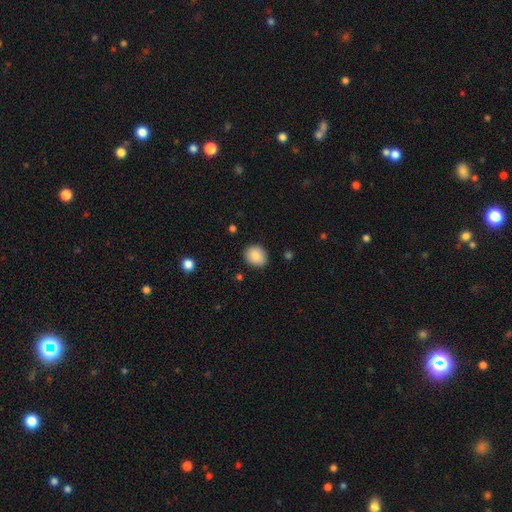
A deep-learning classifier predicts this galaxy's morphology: smooth-or-featured: smooth: 87% | star or artifact: 8% | featured or disk: 5%
  how-rounded: round: 68% | in between: 31% | cigar-shaped: 1%
  merging: none: 86% | minor disturbance: 10% | major disturbance: 2% | merger: 1%